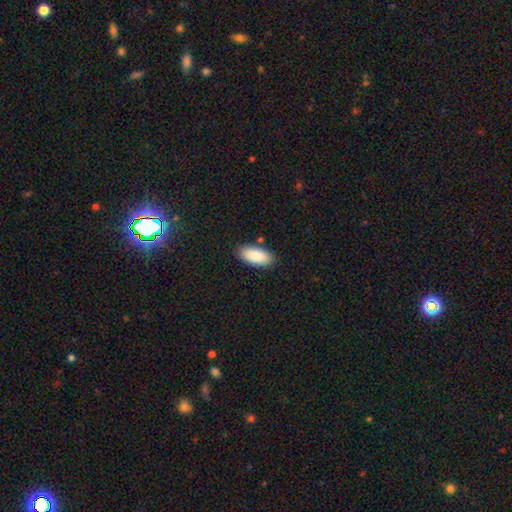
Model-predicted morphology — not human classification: Smooth or featured?
  - smooth: 89% *
  - star or artifact: 6%
  - featured or disk: 5%
How rounded?
  - in between: 92% *
  - cigar-shaped: 6%
  - round: 2%
Merging?
  - none: 86% *
  - minor disturbance: 10%
  - merger: 2%
  - major disturbance: 2%